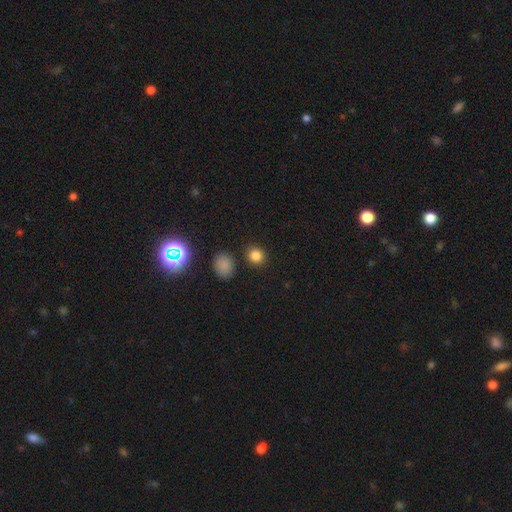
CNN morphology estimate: A smooth galaxy with no disk features (82%) that is round (82%).

Vote fractions:
- Smooth or featured? smooth: 82% / star or artifact: 13% / featured or disk: 5%
- How rounded? round: 82% / in between: 17% / cigar-shaped: 1%
- Merging? none: 87% / minor disturbance: 7% / merger: 4% / major disturbance: 3%